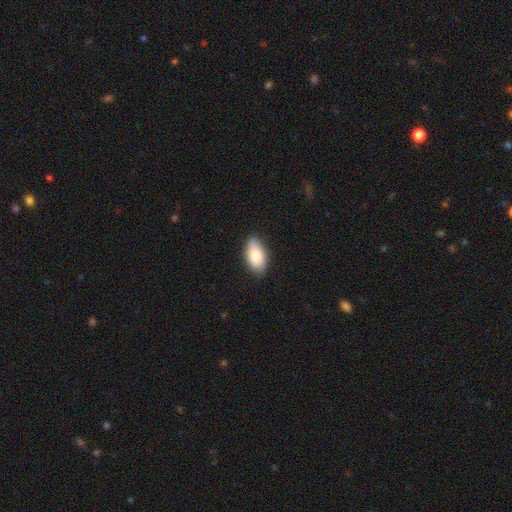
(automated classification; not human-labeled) Smooth or featured?
  - smooth: 85% *
  - featured or disk: 9%
  - star or artifact: 6%
How rounded?
  - in between: 94% *
  - round: 3%
  - cigar-shaped: 3%
Merging?
  - none: 81% *
  - minor disturbance: 16%
  - major disturbance: 2%
  - merger: 1%